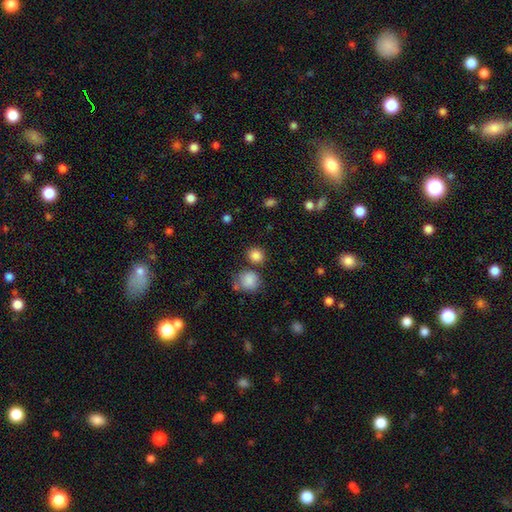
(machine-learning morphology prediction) A smooth galaxy with no disk features (85%) that is round (81%).

Vote fractions:
- Smooth or featured? smooth: 85% / star or artifact: 10% / featured or disk: 5%
- How rounded? round: 81% / in between: 18% / cigar-shaped: 1%
- Merging? none: 72% / merger: 14% / minor disturbance: 10% / major disturbance: 4%